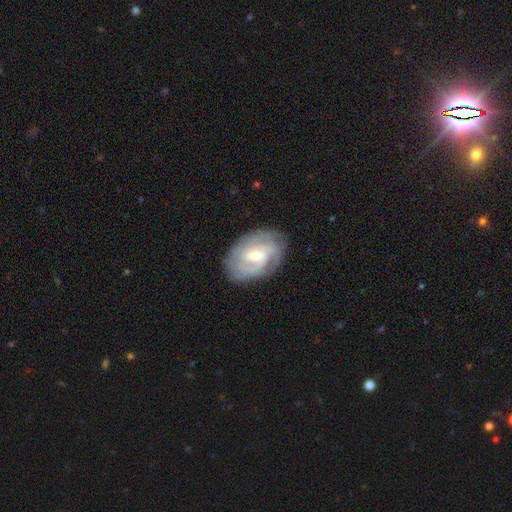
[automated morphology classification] A featured or disk galaxy (83%) with a weak bar (48%), 3 (29%) tight (59%) spiral arms (95%) and a small central bulge (52%).

Vote fractions:
- Smooth or featured? featured or disk: 83% / smooth: 12% / star or artifact: 5%
- Edge-on disk? no: 96% / yes: 4%
- Bar? weak: 48% / no: 38% / strong: 15%
- Spiral arms? yes: 95% / no: 5%
- Spiral winding? tight: 59% / medium: 33% / loose: 8%
- Spiral arm count? 3: 29% / can't tell: 26% / 2: 22% / 4: 13% / more than 4: 5% / 1: 5%
- Bulge size? small: 52% / moderate: 45% / large: 2% / none: 1% / dominant: 1%
- Merging? none: 81% / minor disturbance: 14% / major disturbance: 4% / merger: 1%